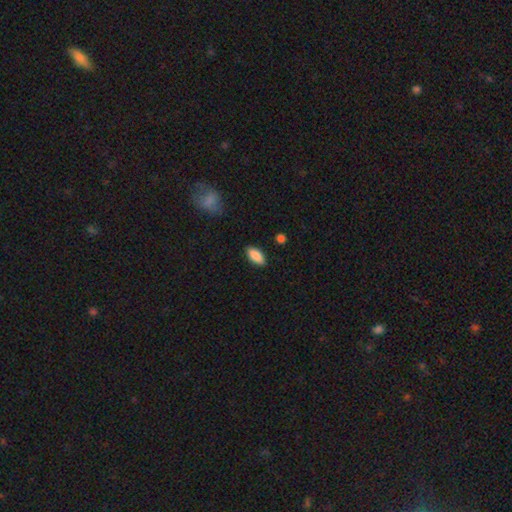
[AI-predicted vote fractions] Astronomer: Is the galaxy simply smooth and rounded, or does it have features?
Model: smooth — 87%.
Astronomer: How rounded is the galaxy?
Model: in between — 86%.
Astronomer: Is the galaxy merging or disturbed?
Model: none — 87%.